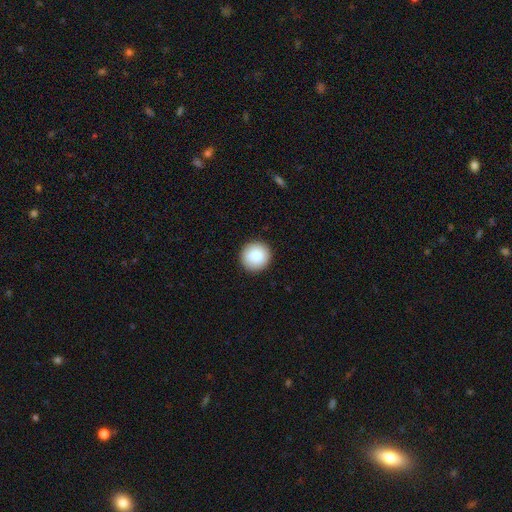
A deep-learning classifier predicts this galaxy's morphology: Smooth or featured: smooth — 89% (star or artifact — 7%)
How rounded: round — 95% (in between — 4%)
Merging: none — 92% (minor disturbance — 5%)